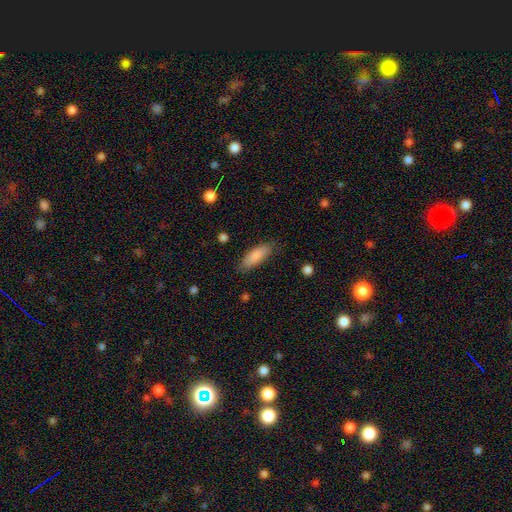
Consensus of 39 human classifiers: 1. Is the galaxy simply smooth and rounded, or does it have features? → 90% smooth, 8% featured or disk, 3% star or artifact.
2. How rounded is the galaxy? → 89% in between, 9% cigar-shaped, 3% round.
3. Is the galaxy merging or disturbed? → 84% none, 8% minor disturbance, 5% major disturbance, 3% merger.